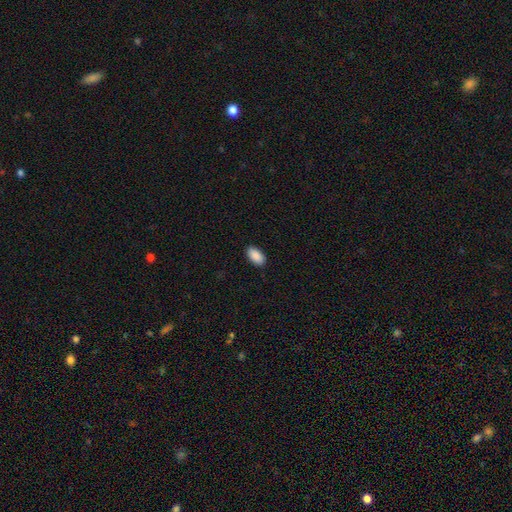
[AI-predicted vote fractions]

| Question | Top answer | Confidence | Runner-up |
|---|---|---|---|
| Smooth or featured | smooth | 90% | star or artifact (6%) |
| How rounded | in between | 95% | round (3%) |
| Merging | none | 89% | minor disturbance (8%) |